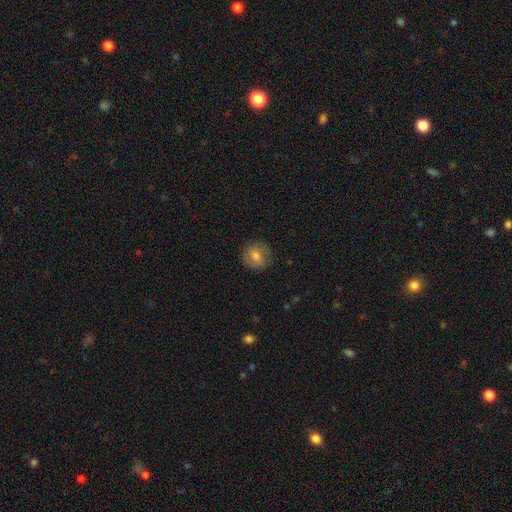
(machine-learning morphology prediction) A smooth galaxy with no disk features (68%) that is round (87%).

Vote fractions:
- Smooth or featured? smooth: 68% / featured or disk: 23% / star or artifact: 9%
- How rounded? round: 87% / in between: 12% / cigar-shaped: 1%
- Merging? none: 84% / minor disturbance: 12% / major disturbance: 3% / merger: 1%